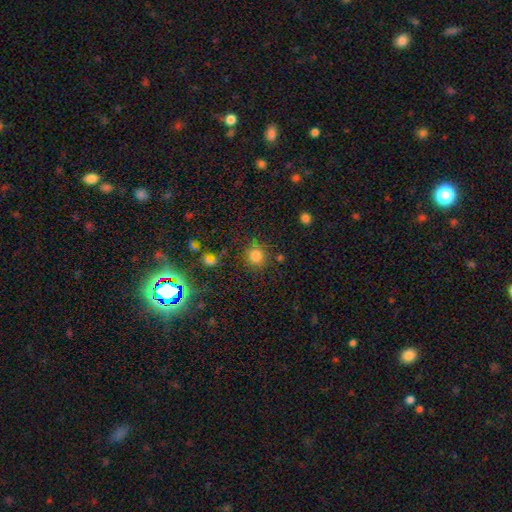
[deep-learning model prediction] A smooth galaxy with no disk features (79%) that is round (89%). Merging: none (82%).